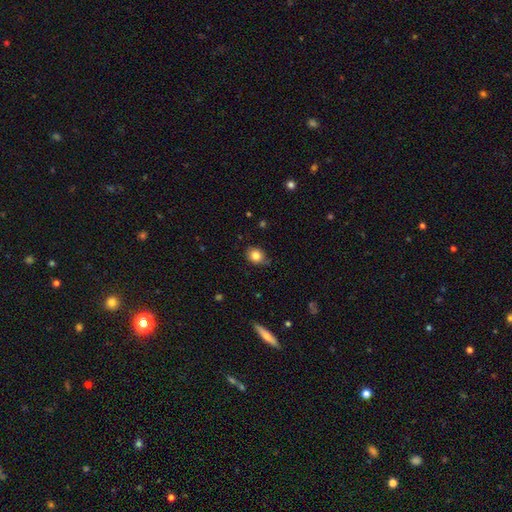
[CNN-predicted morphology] smooth_or_featured: smooth (p=0.83) [alt: star or artifact p=0.10]
how_rounded: round (p=0.59) [alt: in between p=0.40]
merging: none (p=0.73) [alt: minor disturbance p=0.22]